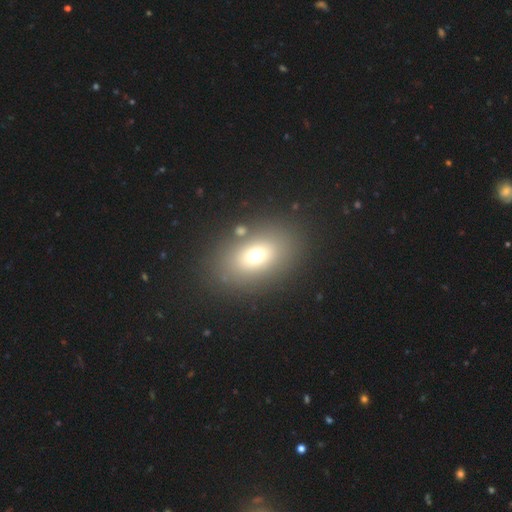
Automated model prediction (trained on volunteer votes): Q: Smooth or featured?
A: smooth (69%); runner-up: featured or disk (17%)
Q: How rounded?
A: in between (78%); runner-up: round (20%)
Q: Merging?
A: none (83%); runner-up: minor disturbance (9%)